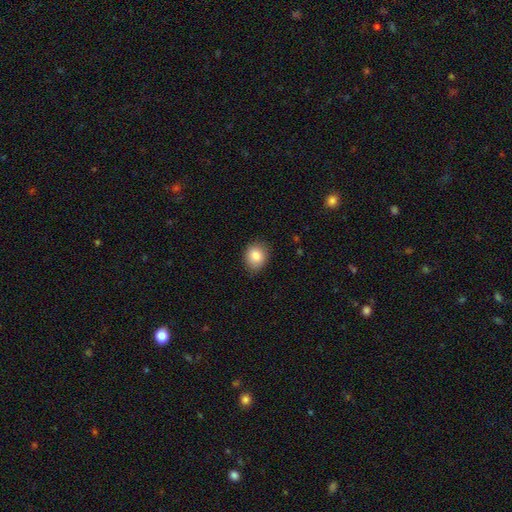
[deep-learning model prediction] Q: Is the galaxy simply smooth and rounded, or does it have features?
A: smooth — 84%.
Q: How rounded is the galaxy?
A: round — 65%.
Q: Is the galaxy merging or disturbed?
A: none — 83%.